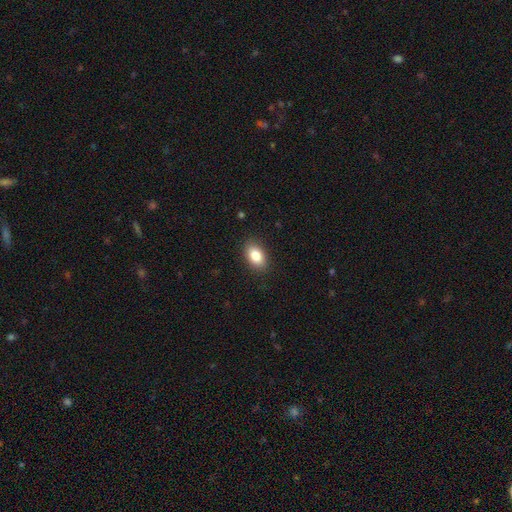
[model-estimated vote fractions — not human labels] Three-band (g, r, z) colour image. It shows a smooth galaxy with no disk features (85%) that is in between round and cigar-shaped (89%). Merging: none (87%).